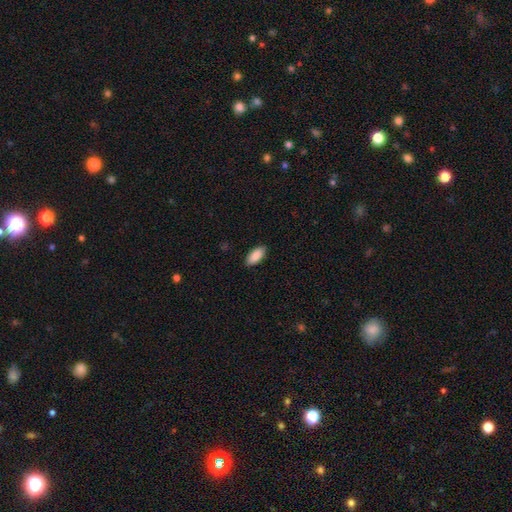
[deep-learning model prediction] Smooth or featured? Predicted: smooth (p=0.89). How rounded? Predicted: in between (p=0.87). Merging? Predicted: none (p=0.89).